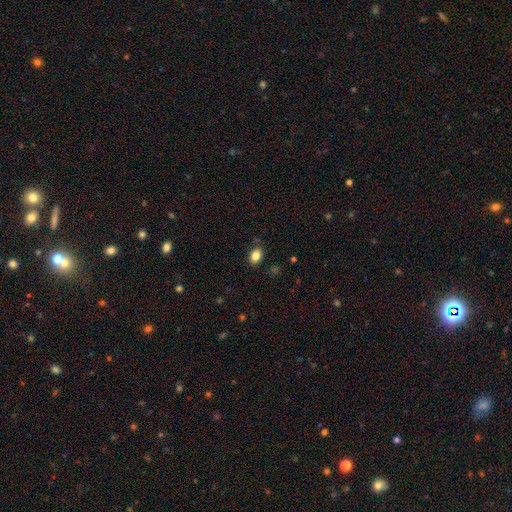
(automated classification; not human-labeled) Smooth or featured: smooth — 85% (star or artifact — 10%)
How rounded: in between — 75% (round — 24%)
Merging: none — 84% (minor disturbance — 11%)